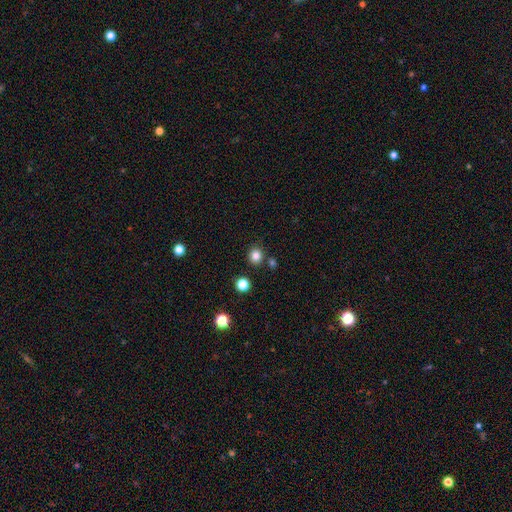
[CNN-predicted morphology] This is clearly a smooth galaxy (83%). How rounded: clearly round (80%). Merging: clearly none (82%).